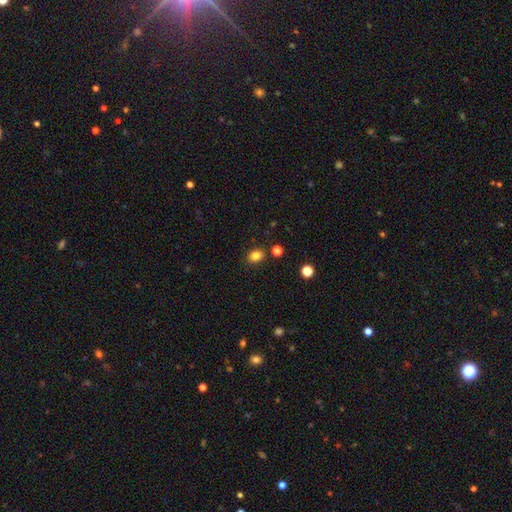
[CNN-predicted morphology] A smooth galaxy with no disk features (82%) that is in between round and cigar-shaped (56%).

Vote fractions:
- Smooth or featured? smooth: 82% / star or artifact: 12% / featured or disk: 6%
- How rounded? in between: 56% / round: 43% / cigar-shaped: 1%
- Merging? none: 85% / minor disturbance: 9% / merger: 3% / major disturbance: 2%